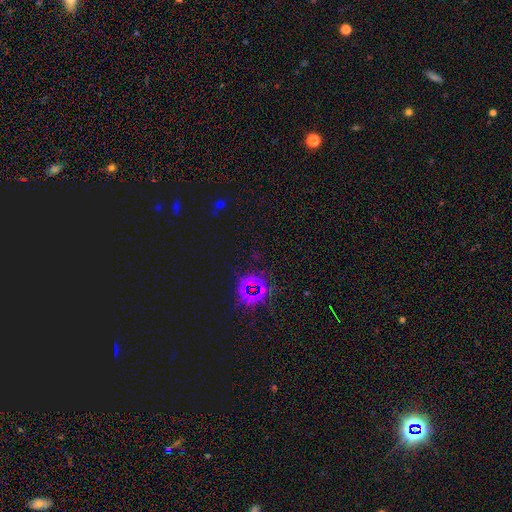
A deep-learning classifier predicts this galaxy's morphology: smooth_or_featured: star or artifact (p=0.78) [alt: smooth p=0.14]